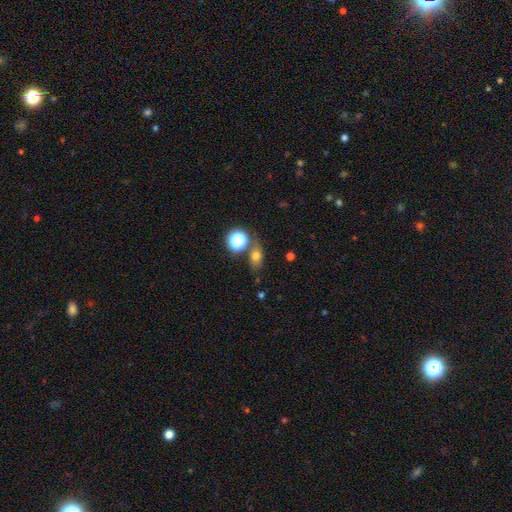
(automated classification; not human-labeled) Smooth or featured? smooth (69%)
How rounded? in between (63%)
Merging? none (71%)